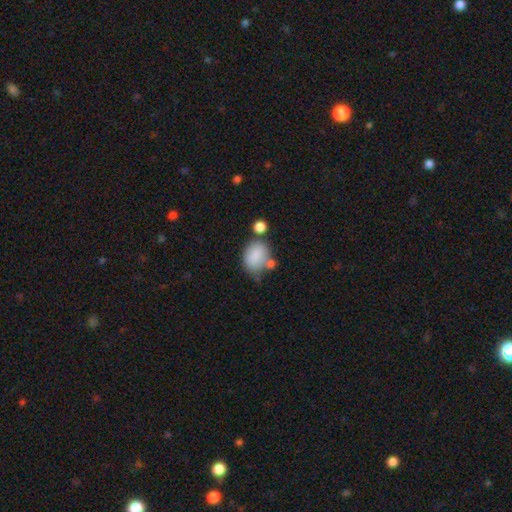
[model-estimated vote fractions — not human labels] Smooth or featured? Predicted: smooth (p=0.82). How rounded? Predicted: in between (p=0.62). Merging? Predicted: none (p=0.45).